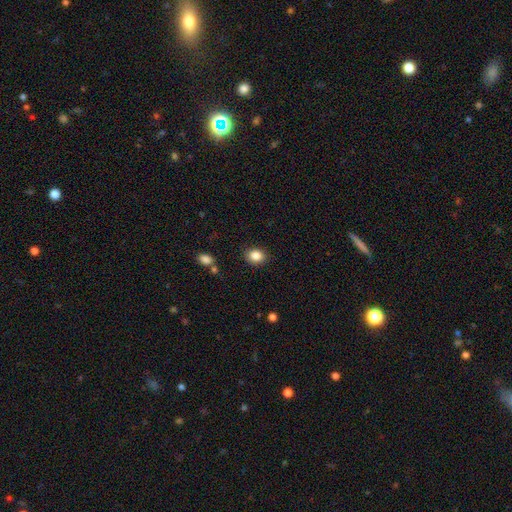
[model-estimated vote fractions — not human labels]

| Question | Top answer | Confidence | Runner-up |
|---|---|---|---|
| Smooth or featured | smooth | 86% | star or artifact (9%) |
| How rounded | in between | 52% | round (47%) |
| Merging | none | 87% | minor disturbance (9%) |